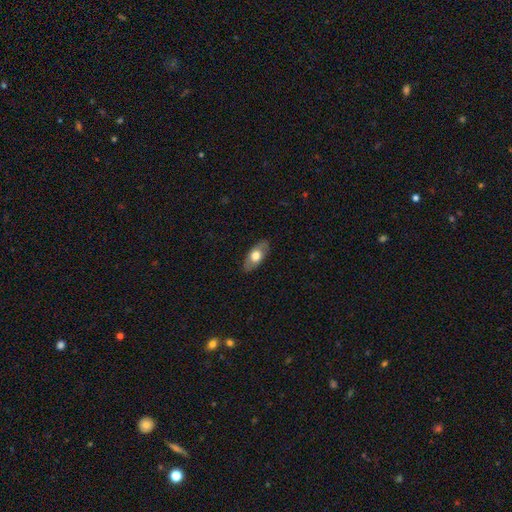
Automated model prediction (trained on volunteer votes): Smooth or featured? smooth (64%)
How rounded? in between (88%)
Merging? none (86%)